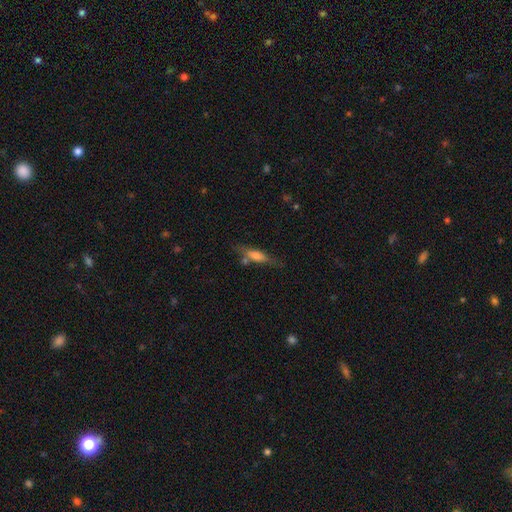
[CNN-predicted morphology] smooth 54%, featured or disk 37%, star or artifact 8%. Down the decision tree: how rounded — cigar-shaped (65%); merging — none (62%).